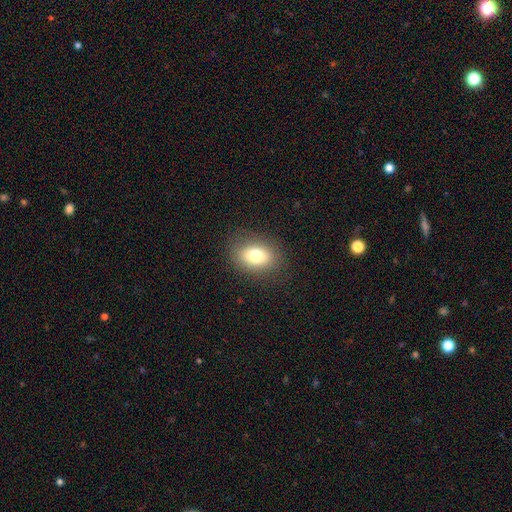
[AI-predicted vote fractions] Smooth or featured: smooth — 76% (featured or disk — 13%)
How rounded: in between — 72% (round — 26%)
Merging: none — 85% (minor disturbance — 10%)